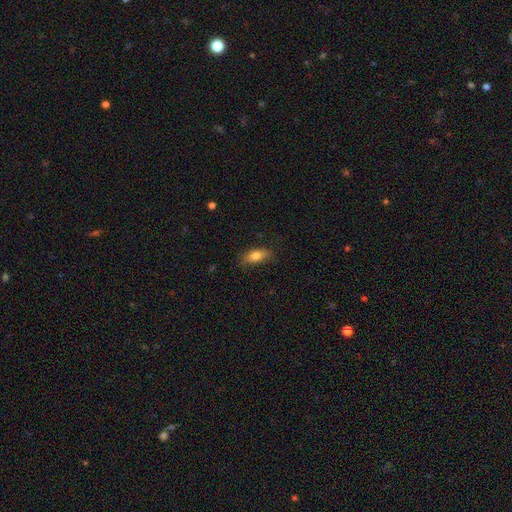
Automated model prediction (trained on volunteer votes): Overall: smooth (74%). How rounded: in between (73%). Merging: none (77%).